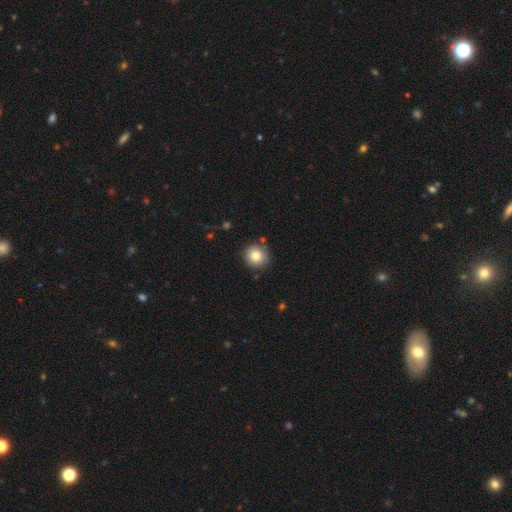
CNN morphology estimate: type=smooth (82%); roundness=round (92%); merging=none (85%).